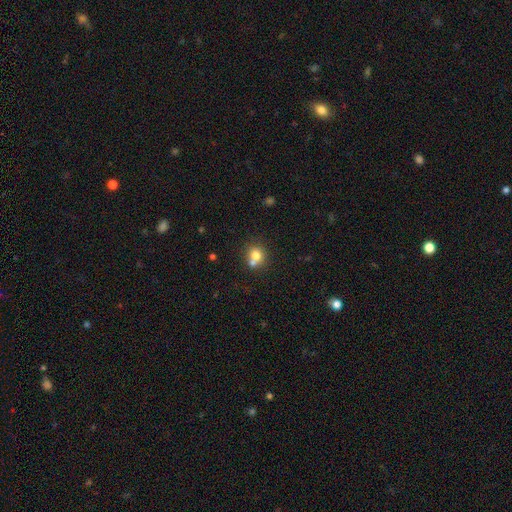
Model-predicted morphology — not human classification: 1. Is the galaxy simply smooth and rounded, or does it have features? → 76% smooth, 13% featured or disk, 12% star or artifact.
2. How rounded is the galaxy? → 82% round, 17% in between, 1% cigar-shaped.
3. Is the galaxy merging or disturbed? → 49% none, 41% merger, 8% minor disturbance, 3% major disturbance.